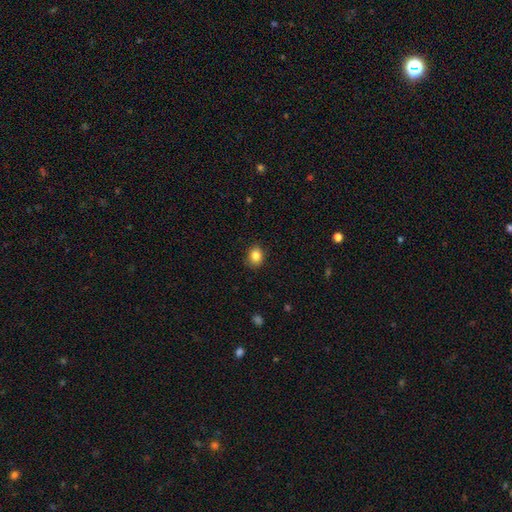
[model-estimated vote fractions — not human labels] Morphology: type=smooth (84%); roundness=round (56%); merging=none (86%).